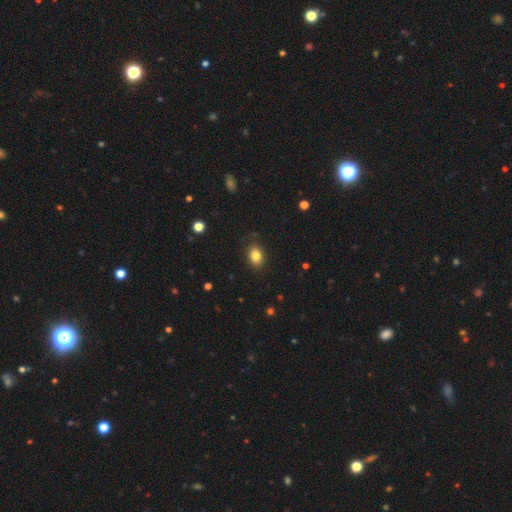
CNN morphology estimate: smooth-or-featured: smooth: 84% | star or artifact: 10% | featured or disk: 6%
  how-rounded: in between: 74% | round: 25% | cigar-shaped: 1%
  merging: none: 86% | minor disturbance: 10% | major disturbance: 3% | merger: 1%